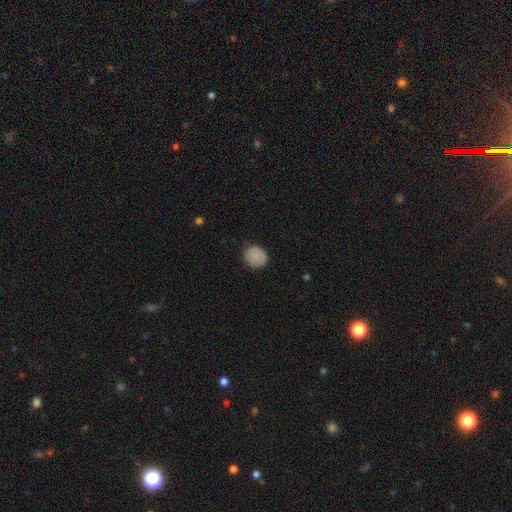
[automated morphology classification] smooth-or-featured: smooth: 86% | star or artifact: 8% | featured or disk: 6%
  how-rounded: round: 84% | in between: 15% | cigar-shaped: 1%
  merging: none: 84% | minor disturbance: 13% | major disturbance: 3% | merger: 1%